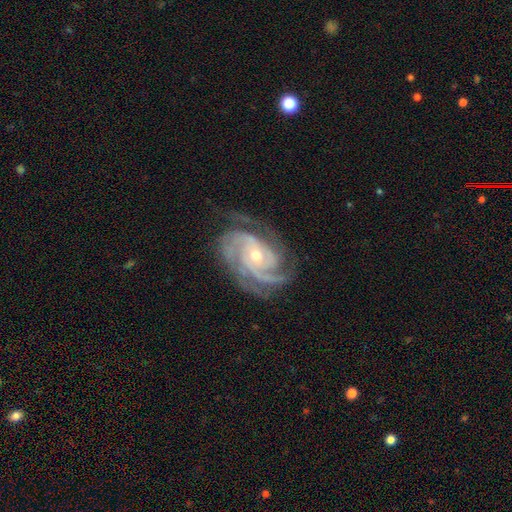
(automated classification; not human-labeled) smooth-or-featured: featured or disk: 93% | star or artifact: 4% | smooth: 3%
  disk-edge-on: no: 97% | yes: 3%
    bar: no: 59% | weak: 30% | strong: 10%
    has-spiral-arms: yes: 99% | no: 1%
      spiral-winding: tight: 68% | medium: 28% | loose: 3%
      spiral-arm-count: 3: 50% | 4: 16% | 2: 14% | can't tell: 9% | more than 4: 5% | 1: 5%
    bulge-size: moderate: 54% | small: 42% | large: 2% | none: 1% | dominant: 1%
  merging: none: 73% | minor disturbance: 19% | major disturbance: 7% | merger: 1%